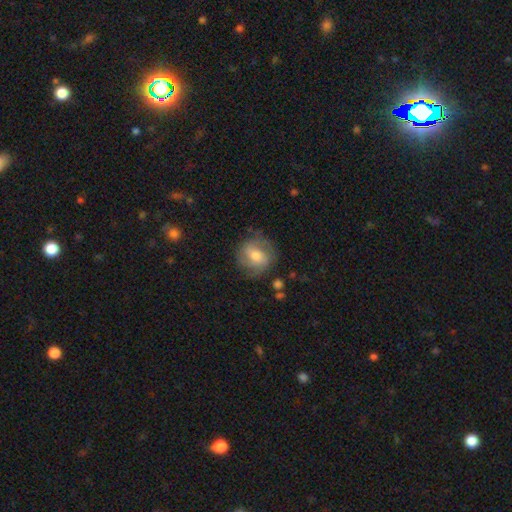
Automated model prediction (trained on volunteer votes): featured or disk 52%, smooth 40%, star or artifact 8%. Down the decision tree: edge-on disk — no (96%); bar — weak (44%); spiral arms — yes (81%); bulge size — moderate (63%); merging — none (75%).